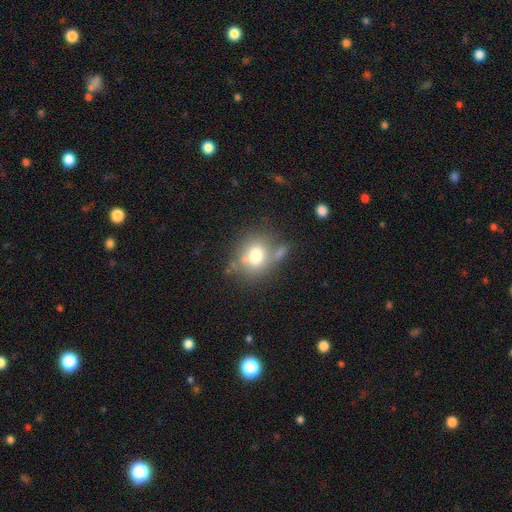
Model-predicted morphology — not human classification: smooth-or-featured: smooth: 74% | featured or disk: 17% | star or artifact: 10%
  how-rounded: round: 58% | in between: 41% | cigar-shaped: 1%
  merging: none: 53% | minor disturbance: 20% | merger: 19% | major disturbance: 9%